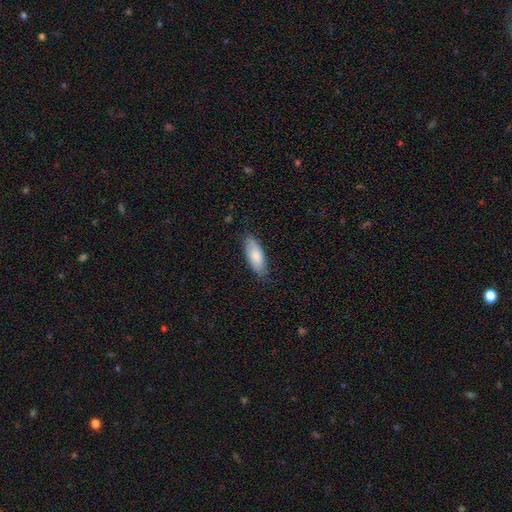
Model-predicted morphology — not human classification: Overall: smooth (79%). How rounded: in between (75%). Merging: none (80%).